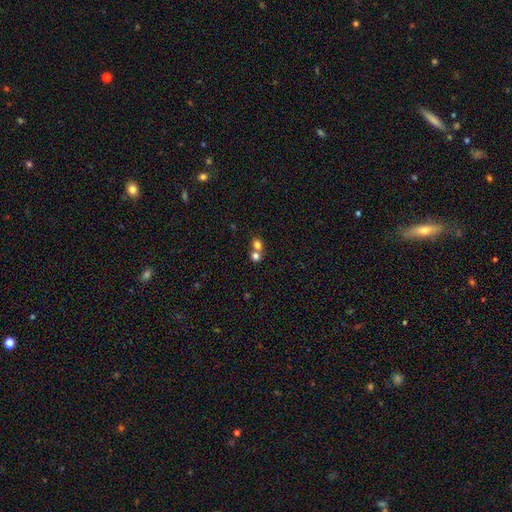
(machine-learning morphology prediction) Smooth or featured?
  - smooth: 76% *
  - star or artifact: 13%
  - featured or disk: 11%
How rounded?
  - round: 75% *
  - in between: 24%
  - cigar-shaped: 1%
Merging?
  - merger: 57% *
  - none: 36%
  - minor disturbance: 5%
  - major disturbance: 2%